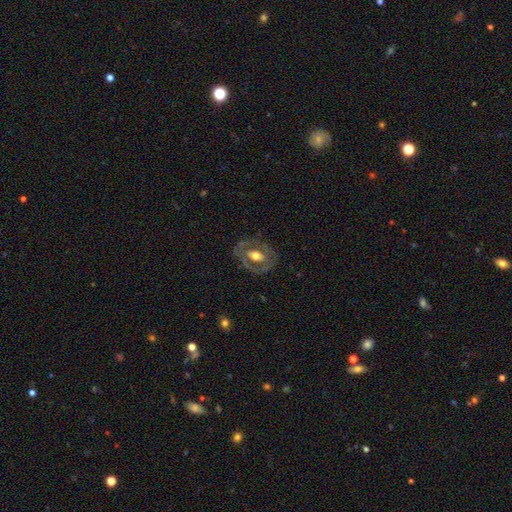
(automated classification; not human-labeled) The model was most divided on "smooth or featured": featured or disk: 63%, smooth: 31%, star or artifact: 6%. More confident: edge-on disk — no (93%); merging — none (73%); spiral arms — no (73%); bulge size — moderate (64%); bar — no (60%).